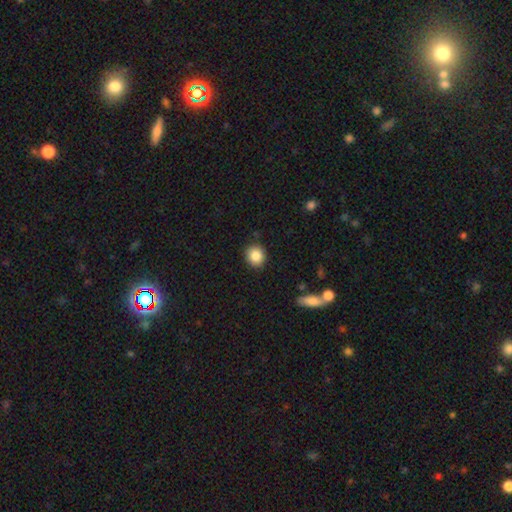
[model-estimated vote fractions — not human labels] Smooth or featured? Predicted: smooth (p=0.86). How rounded? Predicted: round (p=0.82). Merging? Predicted: none (p=0.89).